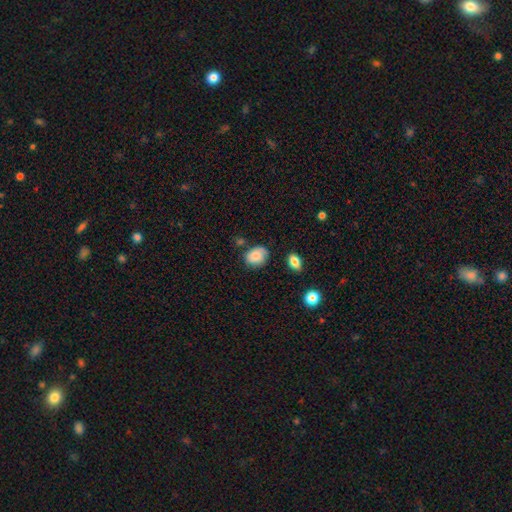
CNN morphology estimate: Smooth or featured? smooth (77%)
How rounded? in between (59%)
Merging? none (62%)